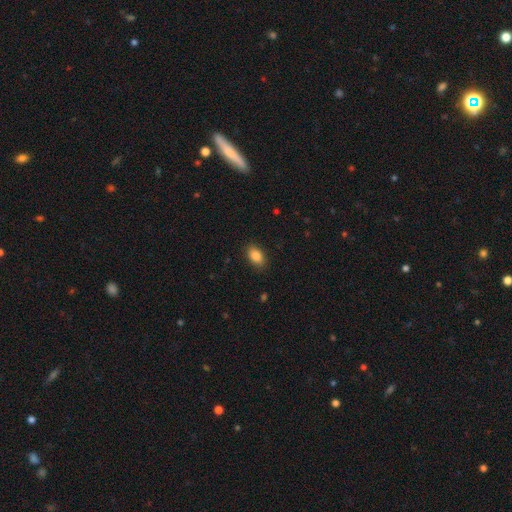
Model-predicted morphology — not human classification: Overall: smooth (87%). How rounded: in between (88%). Merging: none (87%).